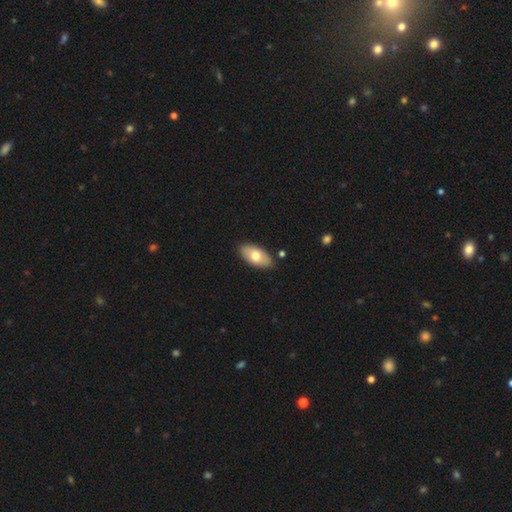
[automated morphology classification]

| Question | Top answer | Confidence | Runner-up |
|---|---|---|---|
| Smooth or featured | smooth | 72% | featured or disk (23%) |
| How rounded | in between | 93% | cigar-shaped (4%) |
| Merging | none | 85% | minor disturbance (11%) |